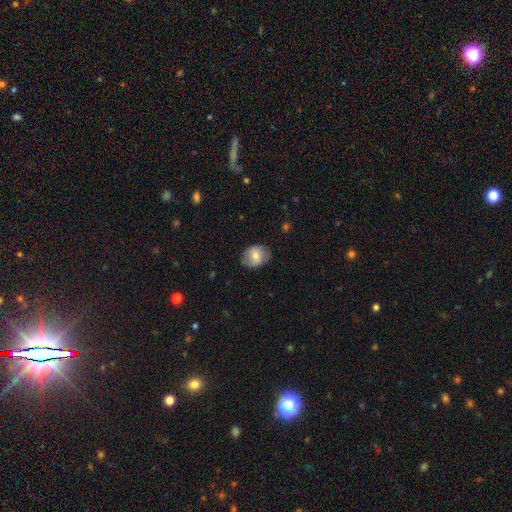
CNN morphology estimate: smooth-or-featured: smooth: 67% | featured or disk: 26% | star or artifact: 7%
  how-rounded: in between: 56% | round: 43% | cigar-shaped: 1%
  merging: none: 75% | minor disturbance: 19% | major disturbance: 4% | merger: 1%